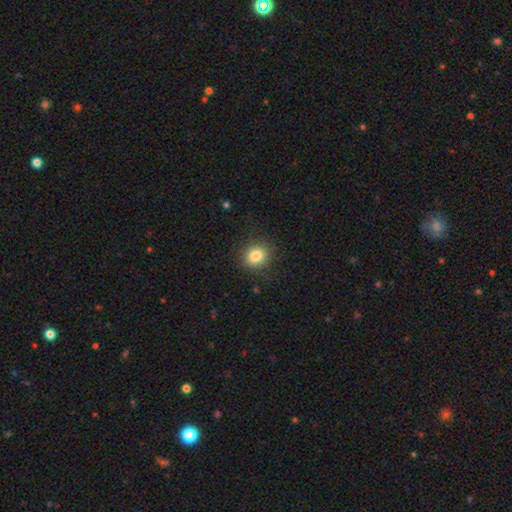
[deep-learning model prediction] A smooth galaxy with no disk features (83%) that is round (78%).

Vote fractions:
- Smooth or featured? smooth: 83% / star or artifact: 11% / featured or disk: 6%
- How rounded? round: 78% / in between: 21% / cigar-shaped: 1%
- Merging? none: 86% / minor disturbance: 10% / major disturbance: 3% / merger: 1%